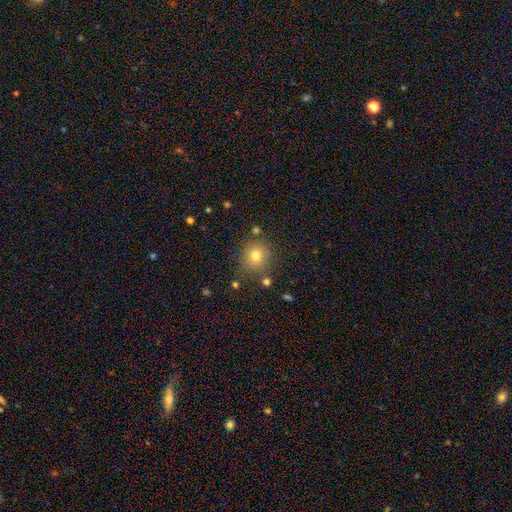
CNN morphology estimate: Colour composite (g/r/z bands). It shows a smooth galaxy with no disk features (75%) that is round (89%). Merging: none (81%).